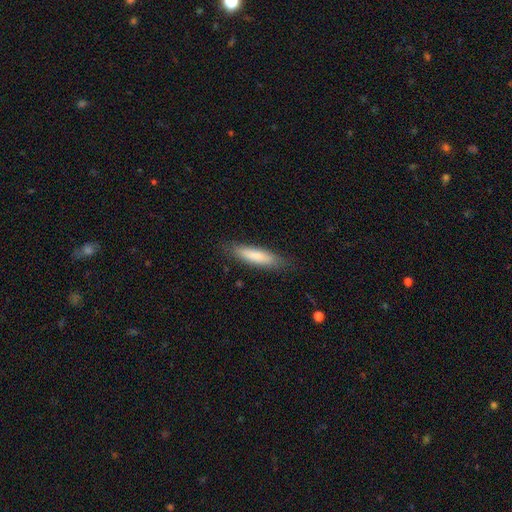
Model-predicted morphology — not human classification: smooth 81%, featured or disk 13%, star or artifact 6%. Down the decision tree: how rounded — cigar-shaped (73%); merging — none (84%).